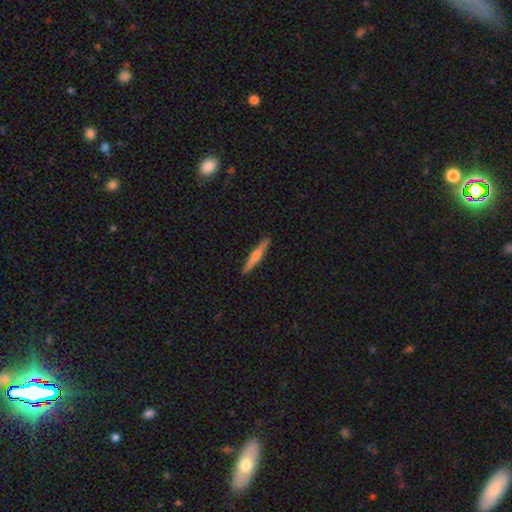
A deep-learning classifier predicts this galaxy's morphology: Smooth or featured? Predicted: featured or disk (p=0.55). Edge-on disk? Predicted: yes (p=0.97). Edge-on bulge? Predicted: rounded (p=0.82). Merging? Predicted: none (p=0.91).